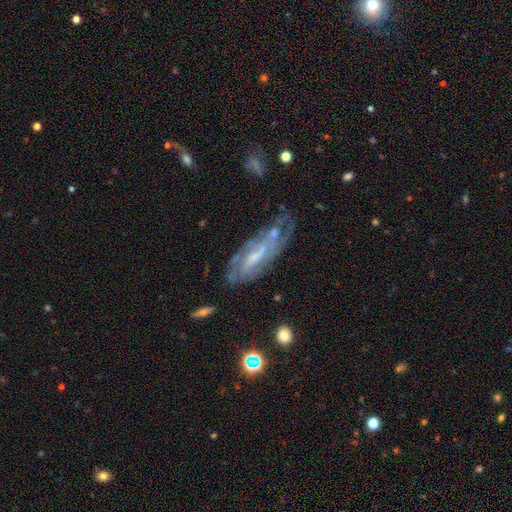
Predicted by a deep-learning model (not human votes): smooth-or-featured: featured or disk: 75% | smooth: 17% | star or artifact: 8%
  disk-edge-on: no: 81% | yes: 19%
    bar: weak: 45% | no: 33% | strong: 21%
    has-spiral-arms: yes: 79% | no: 21%
    bulge-size: small: 42% | moderate: 37% | none: 16% | large: 4% | dominant: 1%
  merging: none: 56% | minor disturbance: 24% | major disturbance: 14% | merger: 6%